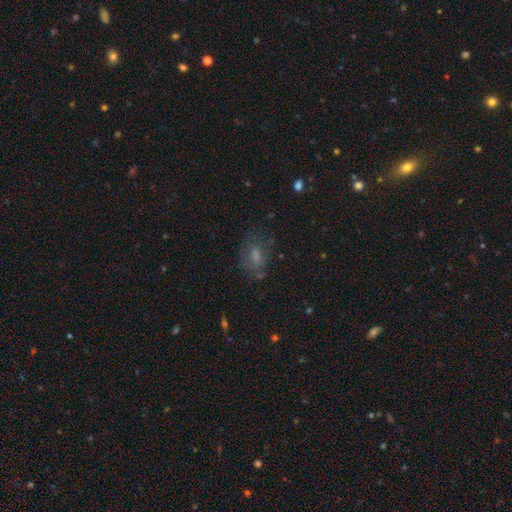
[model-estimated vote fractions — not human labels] Smooth or featured? smooth (57%)
How rounded? in between (77%)
Merging? none (58%)